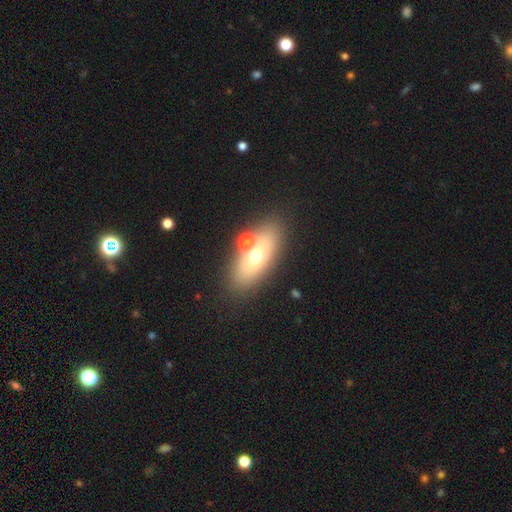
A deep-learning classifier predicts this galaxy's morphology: type=smooth (58%); roundness=in between (74%); merging=none (69%).